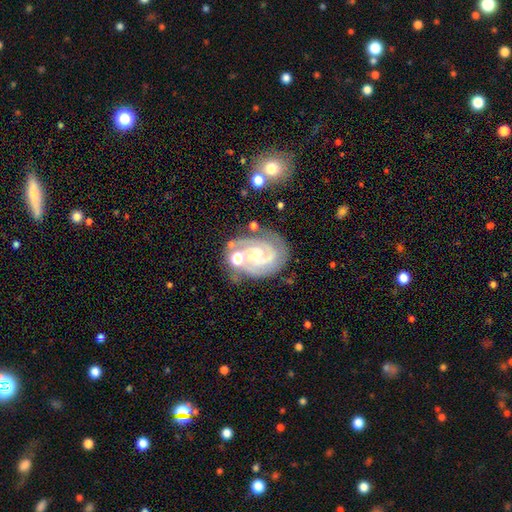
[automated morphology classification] smooth-or-featured: featured or disk: 88% | smooth: 6% | star or artifact: 6%
  disk-edge-on: no: 98% | yes: 2%
    bar: no: 62% | weak: 29% | strong: 8%
    has-spiral-arms: yes: 97% | no: 3%
      spiral-winding: tight: 68% | medium: 28% | loose: 4%
      spiral-arm-count: 2: 61% | 3: 20% | can't tell: 10% | 1: 4% | 4: 3% | more than 4: 3%
    bulge-size: small: 62% | moderate: 32% | none: 3% | large: 2% | dominant: 1%
  merging: none: 64% | minor disturbance: 19% | merger: 9% | major disturbance: 8%